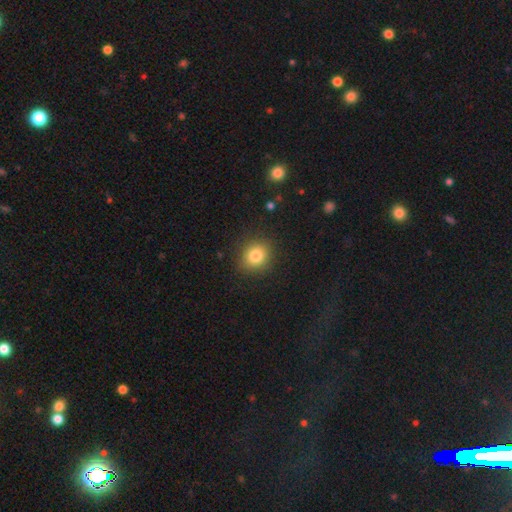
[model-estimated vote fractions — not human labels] This appears to be a smooth galaxy with no disk features (82%) that is round (74%). Merging: none (87%).